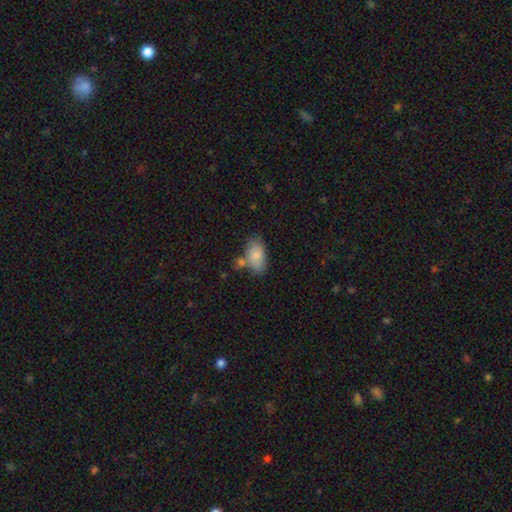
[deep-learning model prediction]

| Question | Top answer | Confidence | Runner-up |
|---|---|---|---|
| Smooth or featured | smooth | 83% | featured or disk (11%) |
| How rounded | in between | 92% | round (5%) |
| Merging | none | 58% | minor disturbance (20%) |